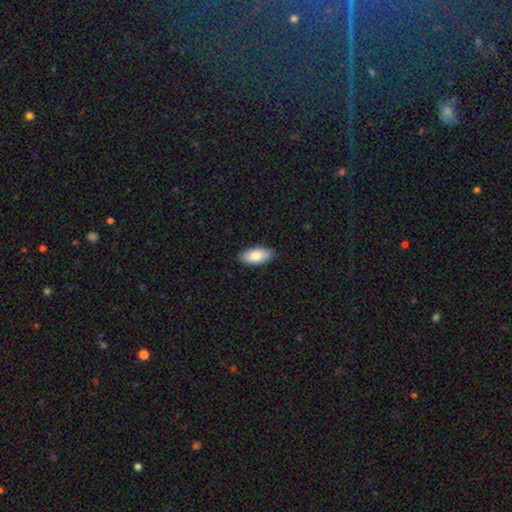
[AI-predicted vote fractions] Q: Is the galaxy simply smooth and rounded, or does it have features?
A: smooth — 83%.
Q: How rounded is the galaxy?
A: in between — 92%.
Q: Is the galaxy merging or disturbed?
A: none — 87%.